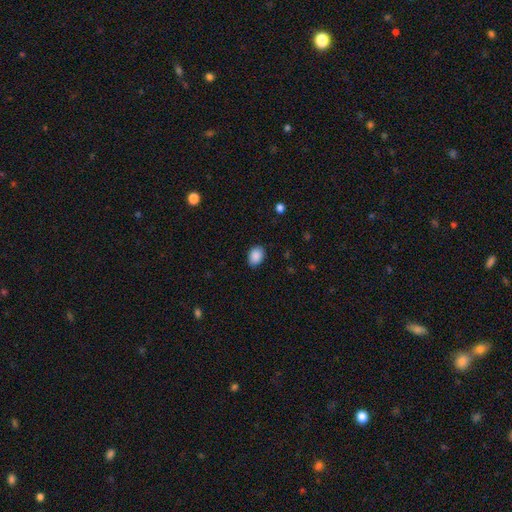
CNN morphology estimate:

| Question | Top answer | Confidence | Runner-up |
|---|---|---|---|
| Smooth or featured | smooth | 89% | star or artifact (8%) |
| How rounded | in between | 73% | round (26%) |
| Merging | none | 84% | minor disturbance (12%) |